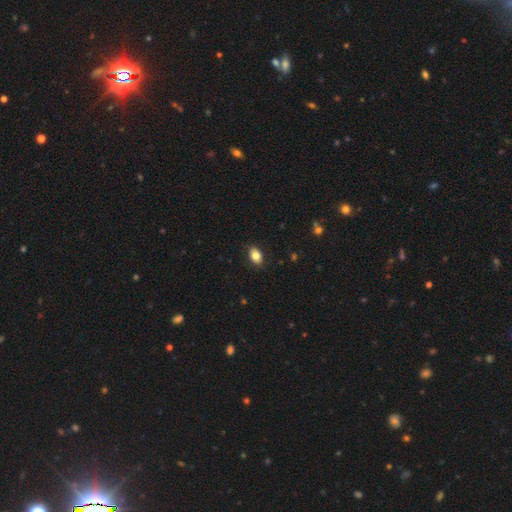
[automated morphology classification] A smooth galaxy with no disk features (83%) that is in between round and cigar-shaped (85%).

Vote fractions:
- Smooth or featured? smooth: 83% / featured or disk: 9% / star or artifact: 8%
- How rounded? in between: 85% / round: 13% / cigar-shaped: 2%
- Merging? none: 87% / minor disturbance: 10% / major disturbance: 2% / merger: 1%